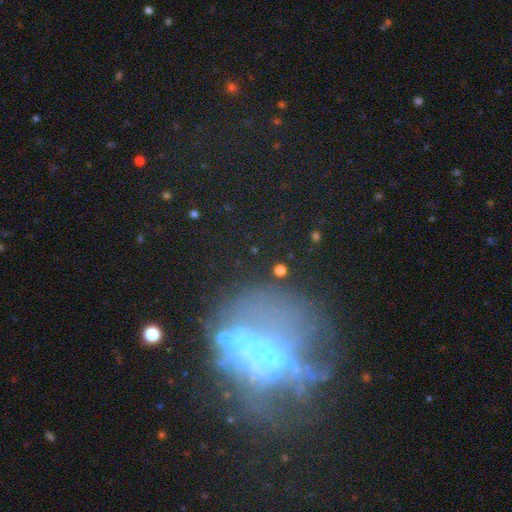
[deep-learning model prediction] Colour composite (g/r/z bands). It shows a featured or disk galaxy (44%). Merging: none (37%).